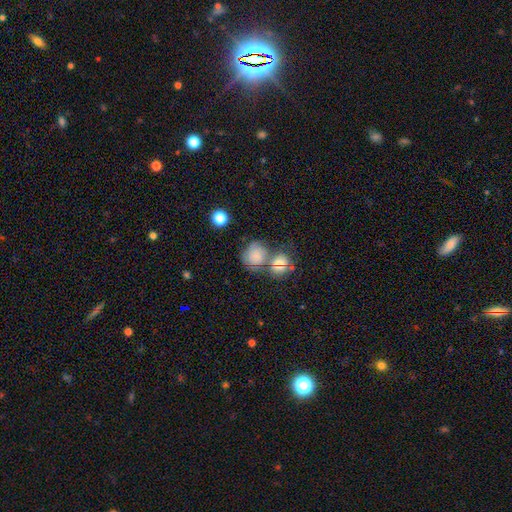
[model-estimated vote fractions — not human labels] Smooth or featured?
  - smooth: 68% *
  - featured or disk: 18%
  - star or artifact: 14%
How rounded?
  - round: 77% *
  - in between: 22%
  - cigar-shaped: 1%
Merging?
  - none: 44% *
  - merger: 32%
  - minor disturbance: 15%
  - major disturbance: 9%